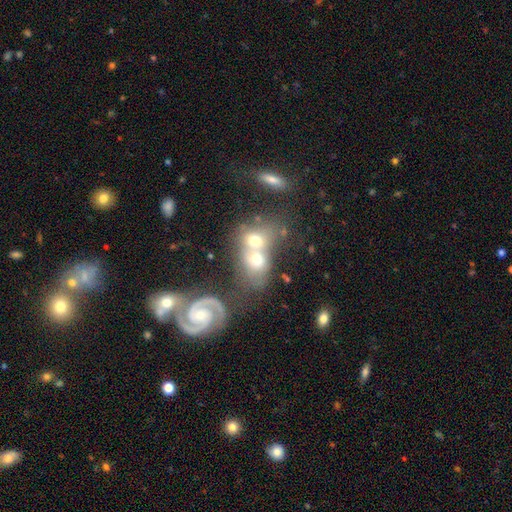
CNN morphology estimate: Smooth or featured?
  - featured or disk: 51% *
  - smooth: 38%
  - star or artifact: 11%
Edge-on disk?
  - no: 95% *
  - yes: 5%
Merging?
  - merger: 55% *
  - none: 30%
  - minor disturbance: 9%
  - major disturbance: 5%